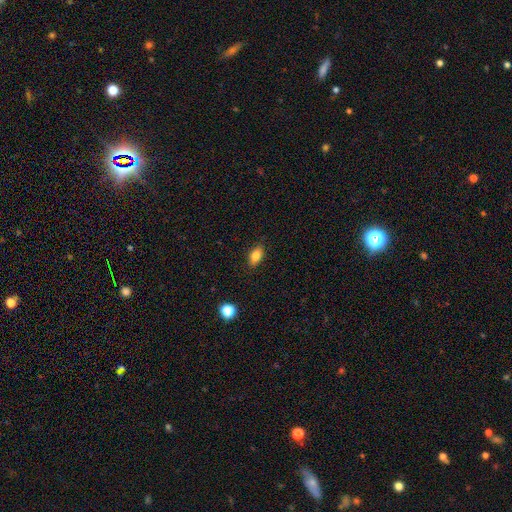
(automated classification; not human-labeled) smooth_or_featured: smooth (p=0.81) [alt: featured or disk p=0.10]
how_rounded: in between (p=0.87) [alt: round p=0.08]
merging: none (p=0.87) [alt: minor disturbance p=0.10]